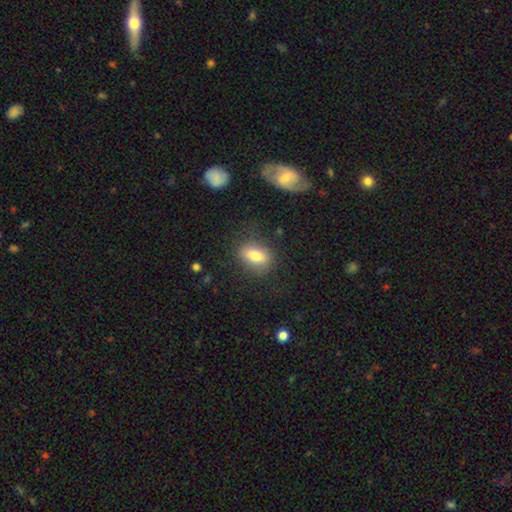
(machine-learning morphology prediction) Smooth or featured?
  - smooth: 78% *
  - featured or disk: 13%
  - star or artifact: 9%
How rounded?
  - in between: 80% *
  - round: 13%
  - cigar-shaped: 7%
Merging?
  - none: 78% *
  - minor disturbance: 14%
  - major disturbance: 6%
  - merger: 2%